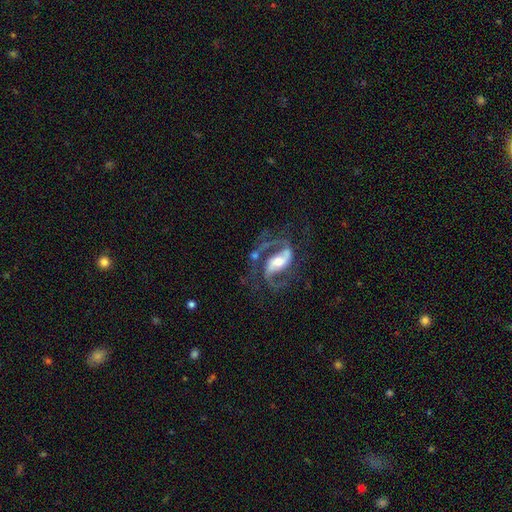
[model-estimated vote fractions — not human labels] Morphology: type=featured or disk (89%); edge-on=no (96%); bar=strong (46%); spiral arms=yes (96%); winding=medium (54%); arm count=2 (87%); bulge=moderate (59%); merging=none (56%).